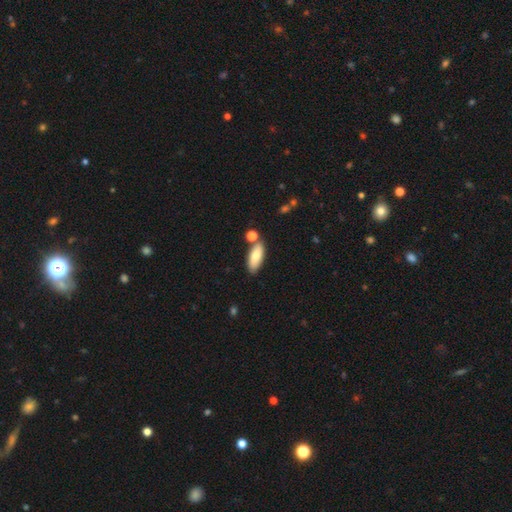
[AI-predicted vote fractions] This appears to be a smooth galaxy with no disk features (78%) that is in between round and cigar-shaped (77%). Merging: none (73%).